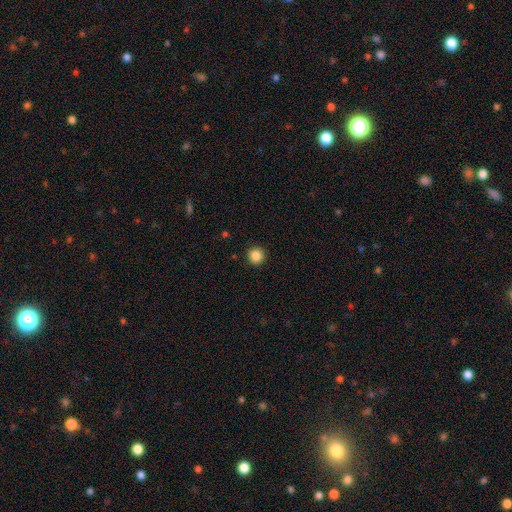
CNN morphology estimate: smooth_or_featured: smooth (p=0.86) [alt: star or artifact p=0.10]
how_rounded: round (p=0.96) [alt: in between p=0.04]
merging: none (p=0.93) [alt: minor disturbance p=0.05]